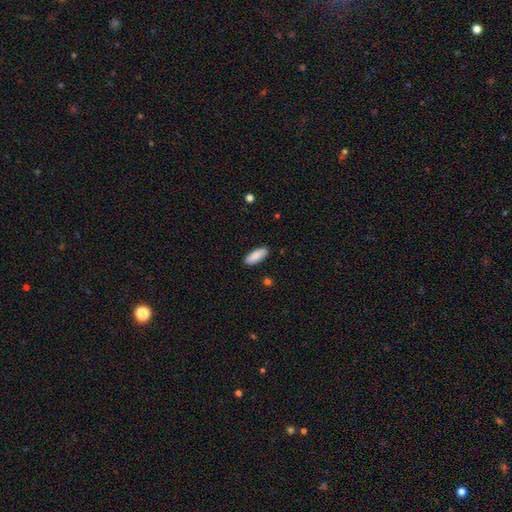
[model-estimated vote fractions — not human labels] This is clearly a smooth galaxy (87%). How rounded: likely in between (75%). Merging: clearly none (88%).